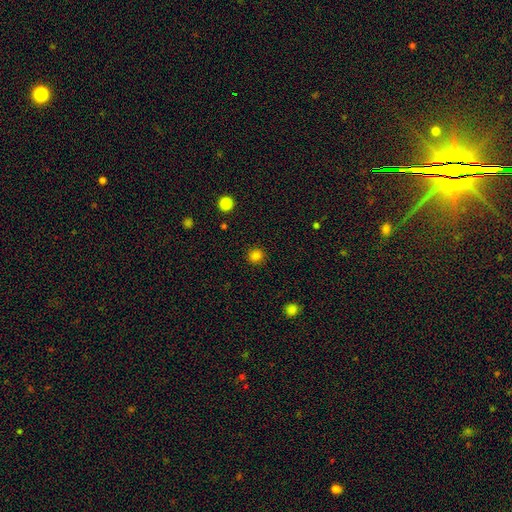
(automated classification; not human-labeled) Overall: smooth (82%). How rounded: round (94%). Merging: none (92%).